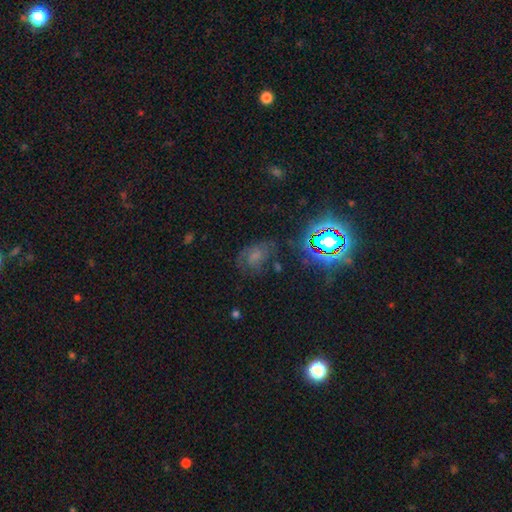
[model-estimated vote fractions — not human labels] Q: Smooth or featured?
A: smooth (37%); runner-up: featured or disk (32%)
Q: Merging?
A: none (52%); runner-up: minor disturbance (24%)